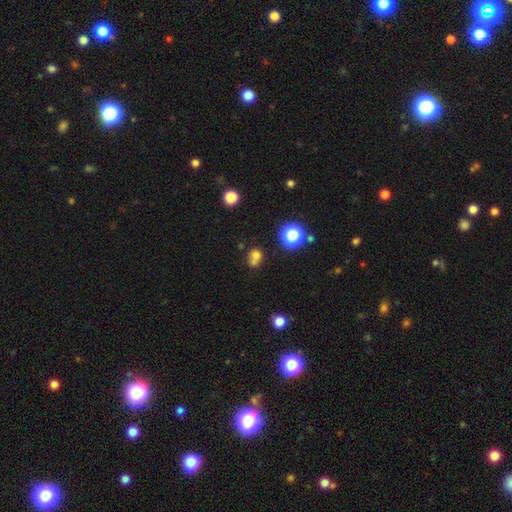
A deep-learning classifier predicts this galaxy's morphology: This appears to be a smooth galaxy with no disk features (67%) that is round (73%). Merging: merger (50%).